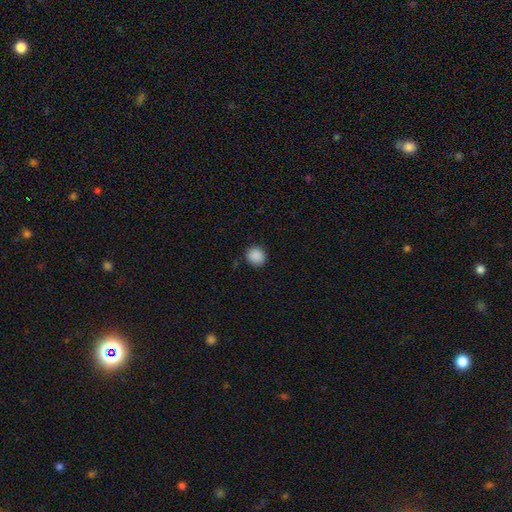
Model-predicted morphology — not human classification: The model was most divided on "how rounded": round: 84%, in between: 15%, cigar-shaped: 1%. More confident: smooth or featured — smooth (89%); merging — none (88%).